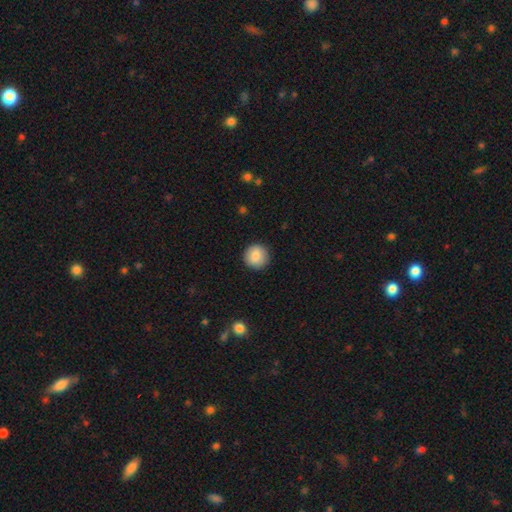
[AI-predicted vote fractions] This appears to be a smooth galaxy with no disk features (86%) that is round (94%). Merging: none (91%).